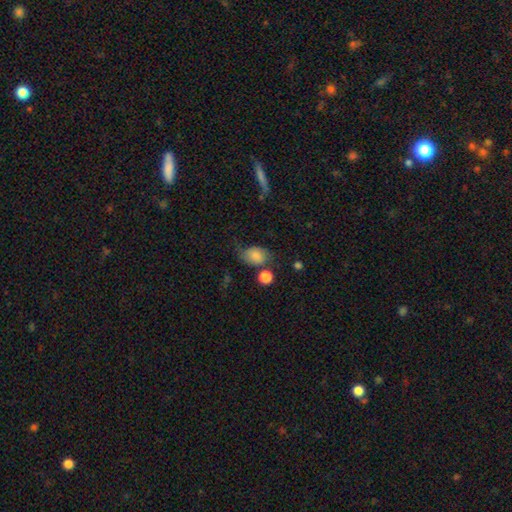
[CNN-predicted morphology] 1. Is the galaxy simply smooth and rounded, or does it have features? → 78% smooth, 12% featured or disk, 10% star or artifact.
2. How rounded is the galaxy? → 65% in between, 33% round, 1% cigar-shaped.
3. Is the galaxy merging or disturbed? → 49% none, 27% minor disturbance, 13% major disturbance, 11% merger.